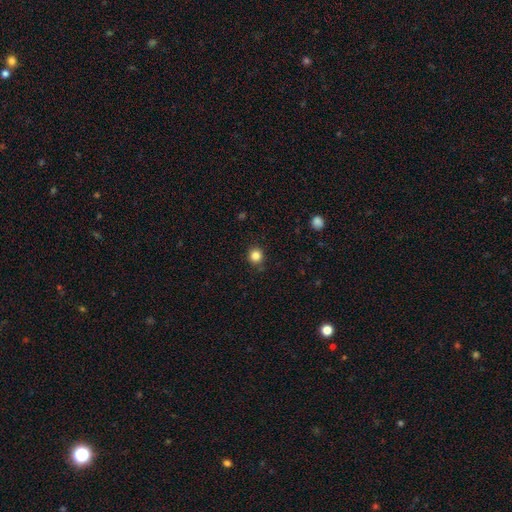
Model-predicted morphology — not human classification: smooth-or-featured: smooth: 84% | star or artifact: 12% | featured or disk: 4%
  how-rounded: round: 91% | in between: 8% | cigar-shaped: 1%
  merging: none: 89% | minor disturbance: 8% | major disturbance: 2% | merger: 1%